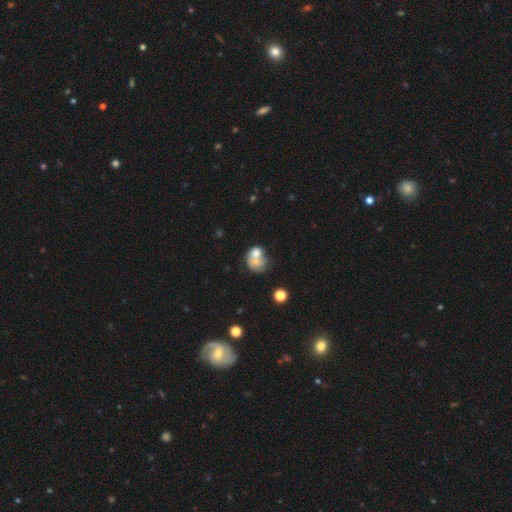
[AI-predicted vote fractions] The model was most divided on "how rounded": round: 55%, in between: 44%, cigar-shaped: 1%. Remaining: smooth or featured — smooth (53%); merging — merger (47%).